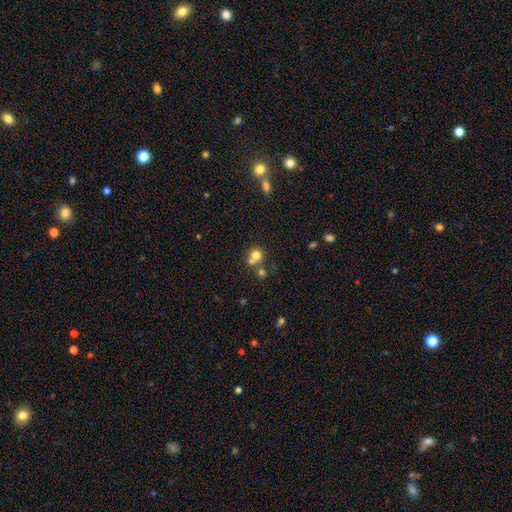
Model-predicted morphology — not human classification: This appears to be a smooth galaxy with no disk features (74%) that is round (84%). Merging: merger (46%).